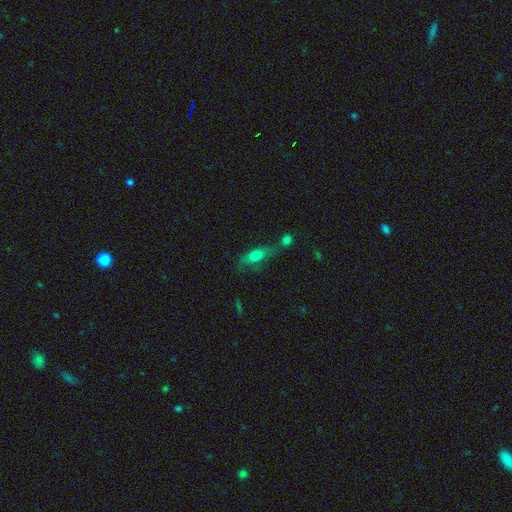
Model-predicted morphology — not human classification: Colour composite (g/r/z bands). It shows a smooth galaxy with no disk features (62%) that is in between round and cigar-shaped (54%). Merging: none (51%).